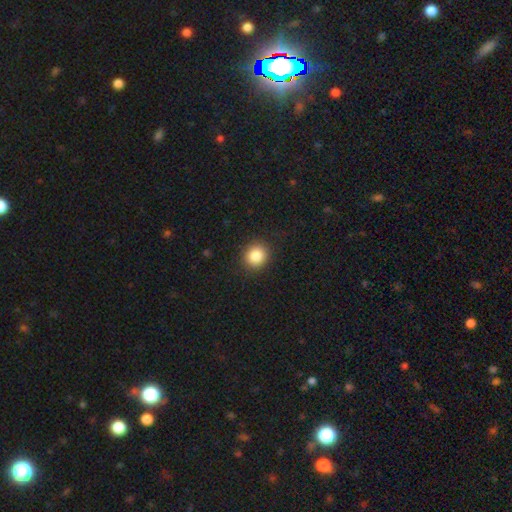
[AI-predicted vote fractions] Overall: smooth (86%). How rounded: round (84%). Merging: none (90%).